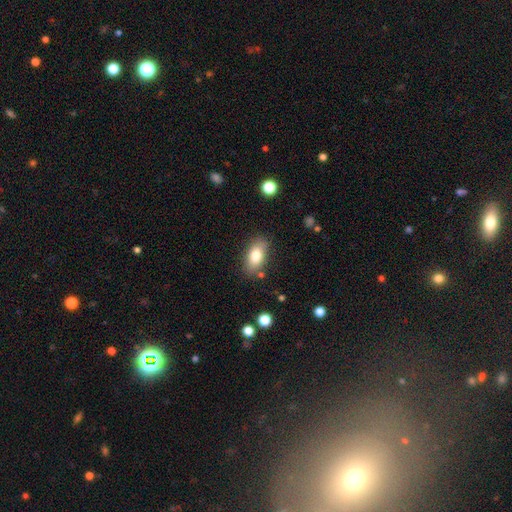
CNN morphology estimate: This is clearly a smooth galaxy (80%). How rounded: clearly in between (90%). Merging: clearly none (81%).